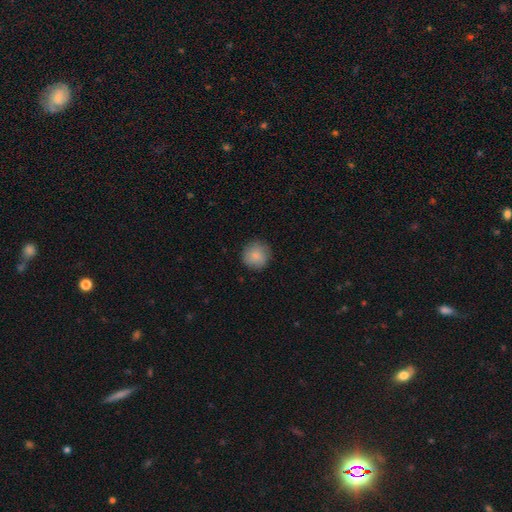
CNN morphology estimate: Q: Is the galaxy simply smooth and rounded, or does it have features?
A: smooth — 86%.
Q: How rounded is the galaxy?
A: round — 94%.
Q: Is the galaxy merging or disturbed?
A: none — 87%.